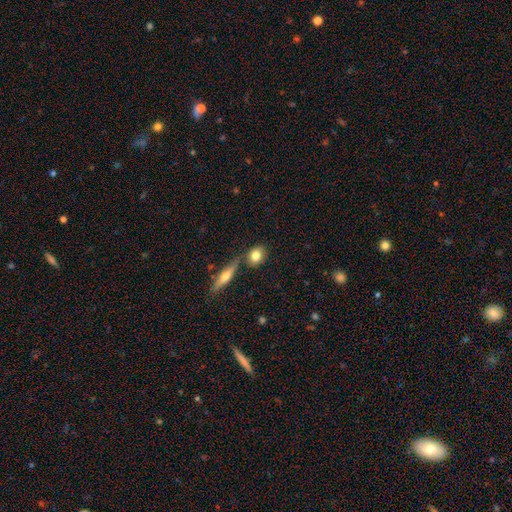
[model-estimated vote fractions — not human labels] This appears to be a smooth galaxy with no disk features (78%) that is in between round and cigar-shaped (47%, tied with round). Merging: none (66%).